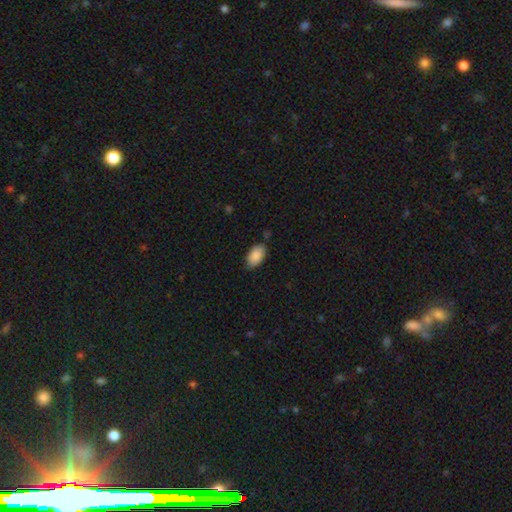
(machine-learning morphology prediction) smooth 89%, star or artifact 6%, featured or disk 5%. Down the decision tree: how rounded — in between (94%); merging — none (77%).